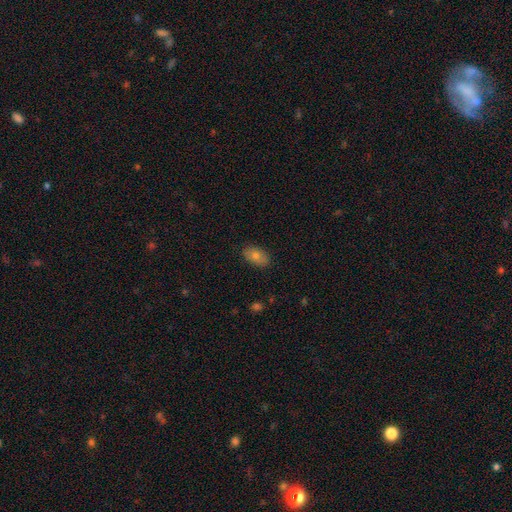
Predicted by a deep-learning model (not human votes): Smooth or featured: smooth — 71% (featured or disk — 19%)
How rounded: in between — 91% (round — 7%)
Merging: none — 85% (minor disturbance — 11%)